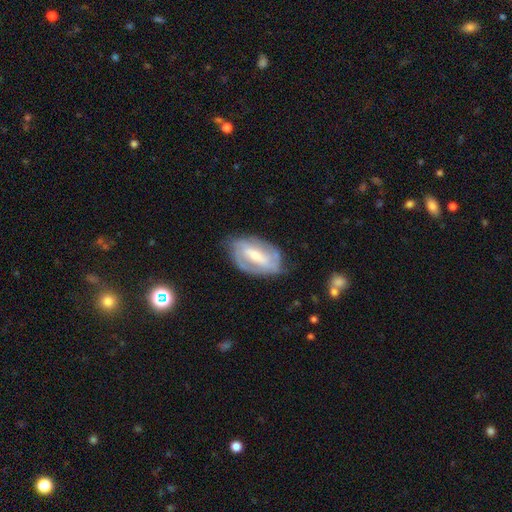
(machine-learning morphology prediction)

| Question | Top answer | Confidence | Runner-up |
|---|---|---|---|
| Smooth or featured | featured or disk | 79% | smooth (16%) |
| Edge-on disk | no | 94% | yes (6%) |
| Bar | strong | 49% | weak (35%) |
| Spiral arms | yes | 86% | no (14%) |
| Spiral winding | tight | 46% | medium (39%) |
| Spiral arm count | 2 | 61% | can't tell (21%) |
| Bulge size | moderate | 51% | small (43%) |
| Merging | none | 68% | minor disturbance (22%) |